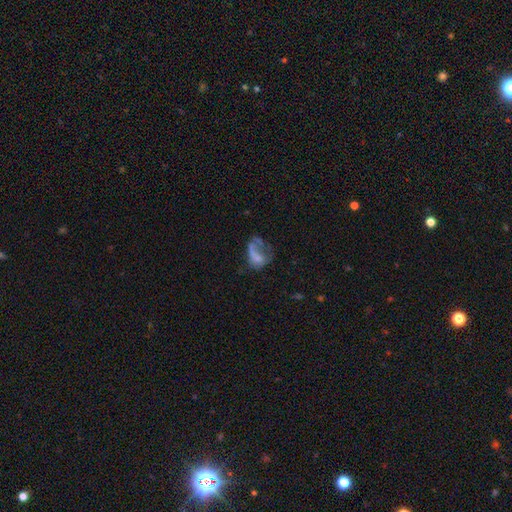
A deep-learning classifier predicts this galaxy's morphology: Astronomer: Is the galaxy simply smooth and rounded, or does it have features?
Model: smooth — 44% (runner-up: featured or disk, 43%).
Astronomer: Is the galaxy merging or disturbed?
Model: major disturbance — 54%.